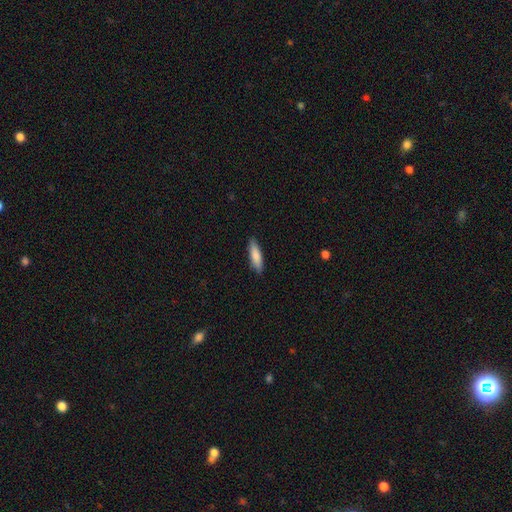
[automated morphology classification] This appears to be a smooth galaxy with no disk features (84%) that is cigar-shaped (62%). Merging: none (88%).